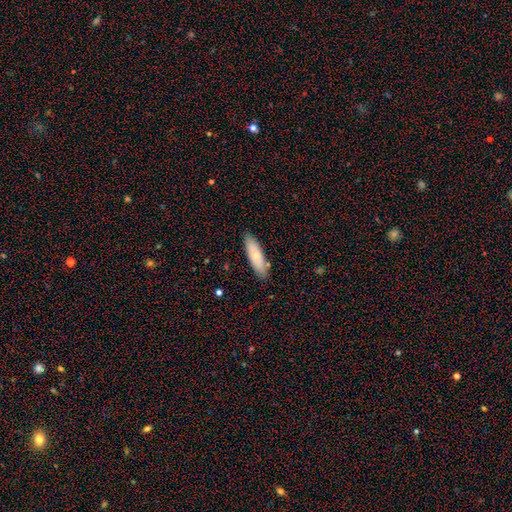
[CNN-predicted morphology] This appears to be a smooth galaxy with no disk features (74%) that is cigar-shaped (49%, tied with in between). Merging: none (86%).